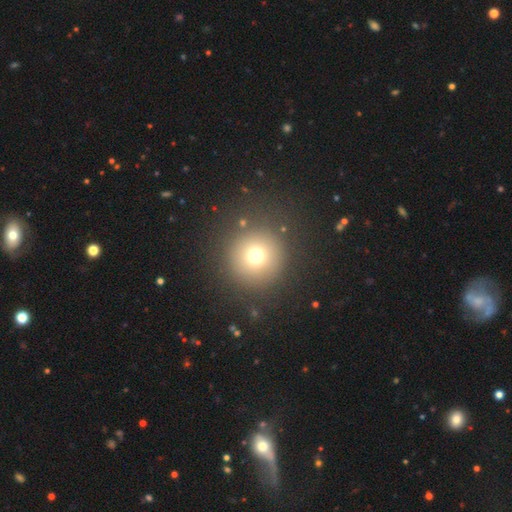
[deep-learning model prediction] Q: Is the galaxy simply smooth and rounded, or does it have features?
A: smooth — 70%.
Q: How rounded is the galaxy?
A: round — 96%.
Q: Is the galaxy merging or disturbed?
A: none — 87%.